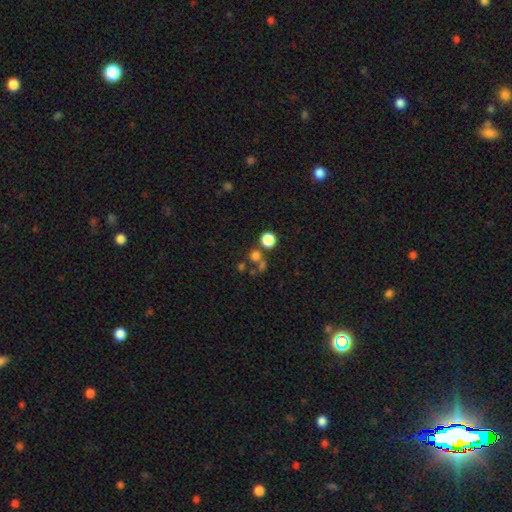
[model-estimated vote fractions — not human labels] Smooth or featured? Predicted: smooth (p=0.70). How rounded? Predicted: round (p=0.91). Merging? Predicted: none (p=0.60).